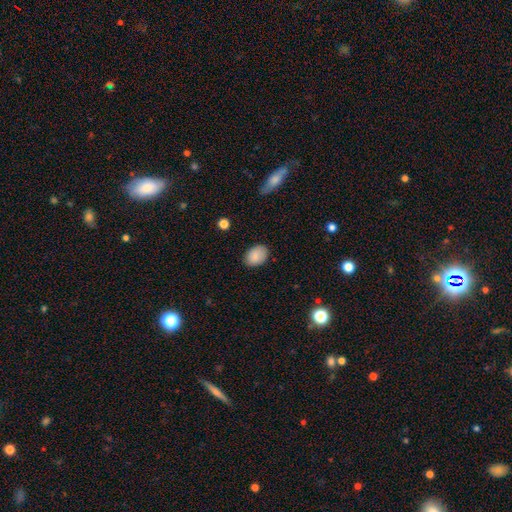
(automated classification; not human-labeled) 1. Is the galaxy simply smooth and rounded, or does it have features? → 89% smooth, 7% star or artifact, 4% featured or disk.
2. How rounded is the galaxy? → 82% in between, 17% round, 1% cigar-shaped.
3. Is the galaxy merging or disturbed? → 85% none, 11% minor disturbance, 2% major disturbance, 1% merger.